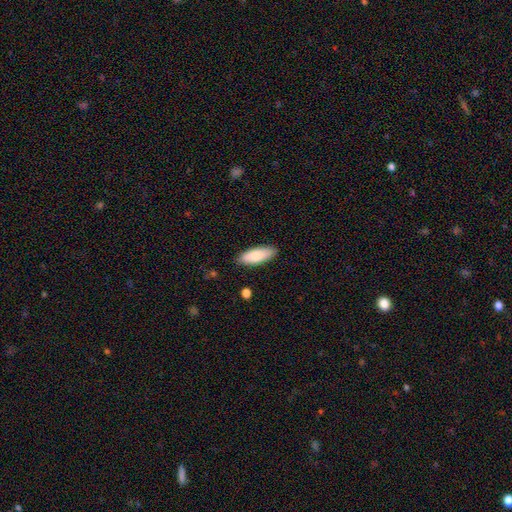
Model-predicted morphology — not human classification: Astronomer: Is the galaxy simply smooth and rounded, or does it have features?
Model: smooth — 80%.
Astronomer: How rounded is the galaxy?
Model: in between — 71%.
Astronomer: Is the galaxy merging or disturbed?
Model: none — 87%.